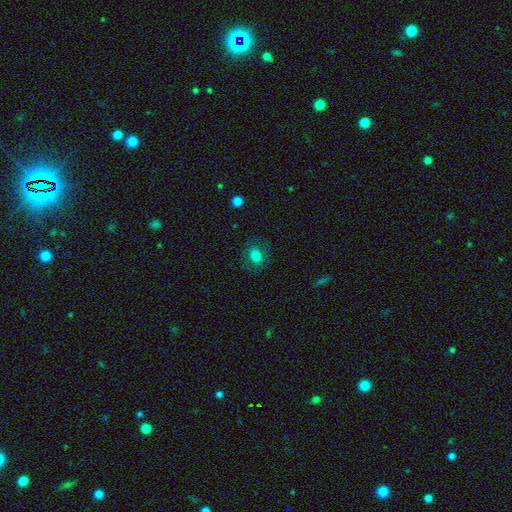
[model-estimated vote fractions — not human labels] A smooth galaxy with no disk features (75%) that is in between round and cigar-shaped (54%).

Vote fractions:
- Smooth or featured? smooth: 75% / featured or disk: 15% / star or artifact: 11%
- How rounded? in between: 54% / round: 45% / cigar-shaped: 1%
- Merging? none: 78% / minor disturbance: 14% / major disturbance: 7% / merger: 1%